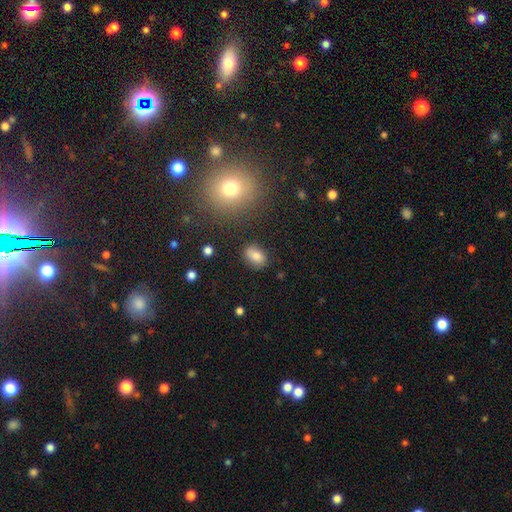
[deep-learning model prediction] This appears to be a smooth galaxy with no disk features (77%) that is in between round and cigar-shaped (80%). Merging: none (79%).